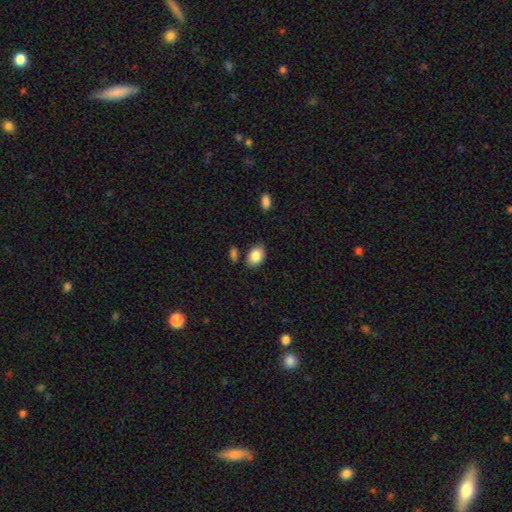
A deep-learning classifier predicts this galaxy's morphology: Smooth or featured: smooth — 85% (featured or disk — 7%)
How rounded: in between — 83% (round — 16%)
Merging: none — 78% (minor disturbance — 14%)